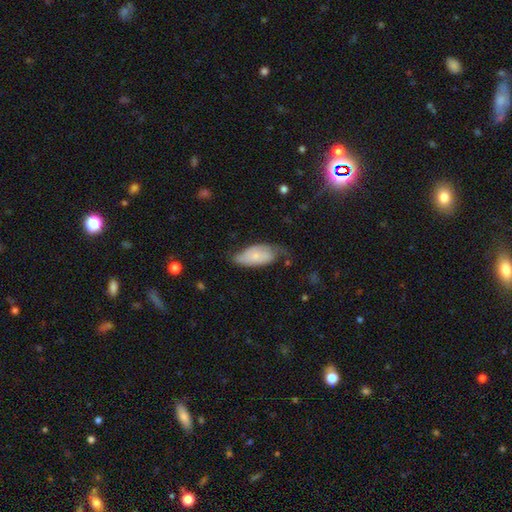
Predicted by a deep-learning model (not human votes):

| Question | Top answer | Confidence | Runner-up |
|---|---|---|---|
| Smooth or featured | smooth | 52% | featured or disk (42%) |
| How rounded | in between | 89% | cigar-shaped (8%) |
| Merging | none | 42% | minor disturbance (38%) |